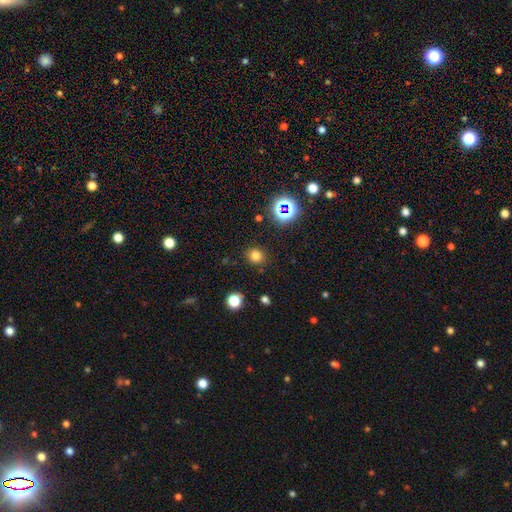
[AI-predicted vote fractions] Smooth or featured: smooth — 75% (star or artifact — 19%)
How rounded: round — 87% (in between — 12%)
Merging: none — 88% (minor disturbance — 8%)